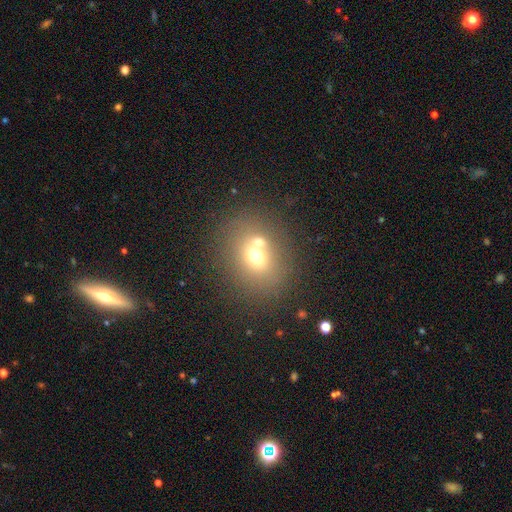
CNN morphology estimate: smooth-or-featured: smooth: 62% | featured or disk: 21% | star or artifact: 17%
  how-rounded: round: 59% | in between: 40% | cigar-shaped: 1%
  merging: none: 53% | merger: 33% | minor disturbance: 10% | major disturbance: 5%